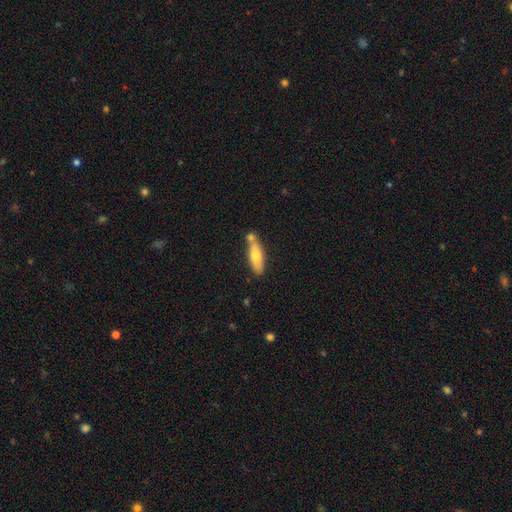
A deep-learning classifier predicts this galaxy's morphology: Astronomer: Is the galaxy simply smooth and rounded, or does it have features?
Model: smooth — 65%.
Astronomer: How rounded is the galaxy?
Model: cigar-shaped — 55% (runner-up: in between, 43%).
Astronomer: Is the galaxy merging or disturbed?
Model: none — 64%.